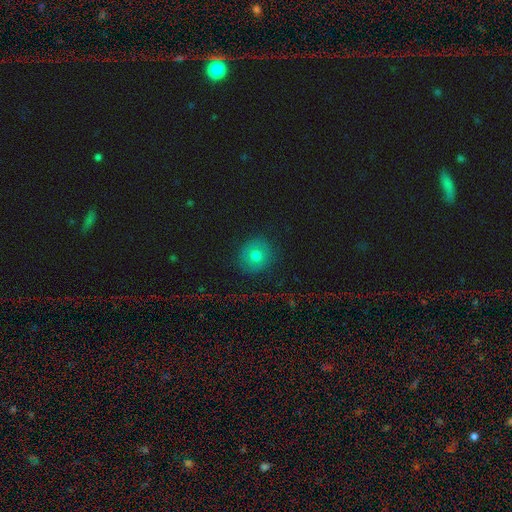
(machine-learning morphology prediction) smooth_or_featured: smooth (p=0.72) [alt: featured or disk p=0.15]
how_rounded: round (p=0.89) [alt: in between p=0.10]
merging: none (p=0.86) [alt: minor disturbance p=0.10]